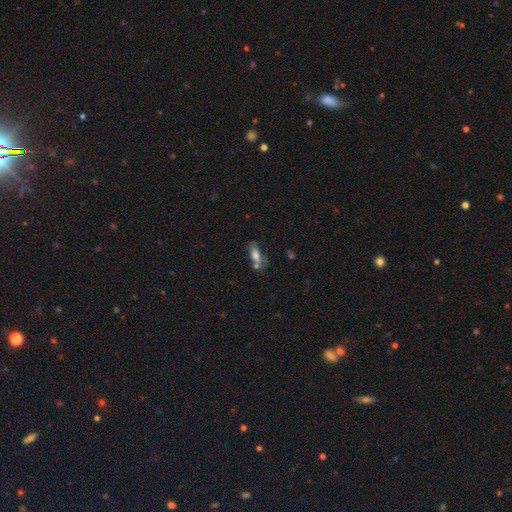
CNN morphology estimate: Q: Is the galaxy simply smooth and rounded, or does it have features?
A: smooth — 67%.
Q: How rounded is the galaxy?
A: in between — 70%.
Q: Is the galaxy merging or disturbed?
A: none — 43%.